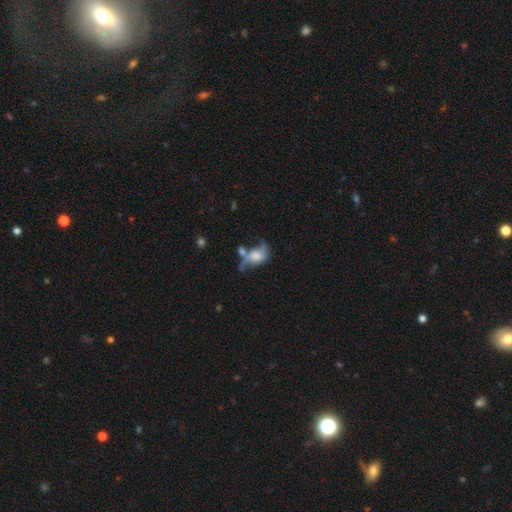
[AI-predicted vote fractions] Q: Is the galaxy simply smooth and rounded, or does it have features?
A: featured or disk — 51%.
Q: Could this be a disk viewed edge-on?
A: no — 95%.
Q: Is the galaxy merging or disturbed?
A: merger — 28%.